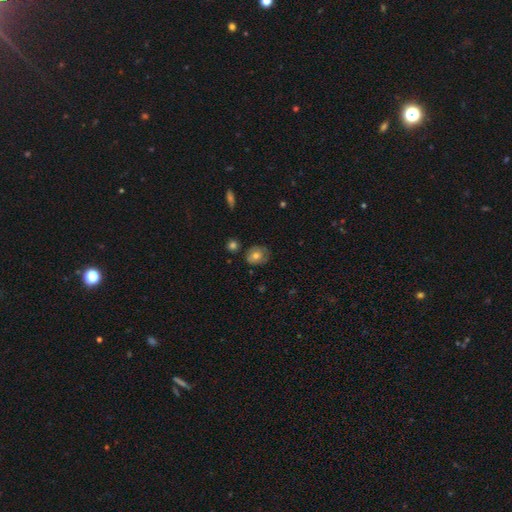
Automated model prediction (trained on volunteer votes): Smooth or featured?
  - smooth: 65% *
  - featured or disk: 26%
  - star or artifact: 9%
How rounded?
  - round: 64% *
  - in between: 35%
  - cigar-shaped: 1%
Merging?
  - none: 70% *
  - minor disturbance: 21%
  - major disturbance: 5%
  - merger: 3%